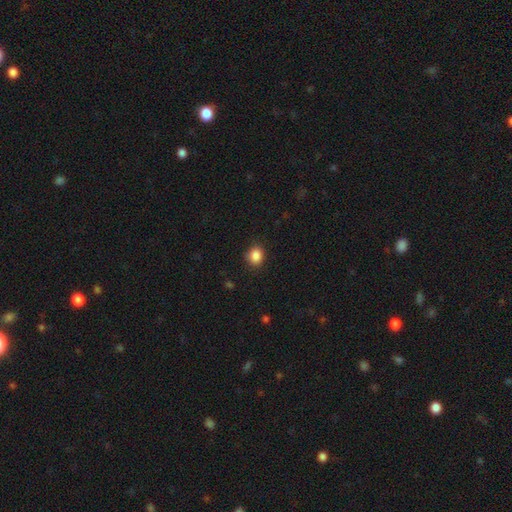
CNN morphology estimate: smooth_or_featured: smooth (p=0.87) [alt: star or artifact p=0.10]
how_rounded: round (p=0.56) [alt: in between p=0.44]
merging: none (p=0.82) [alt: minor disturbance p=0.14]